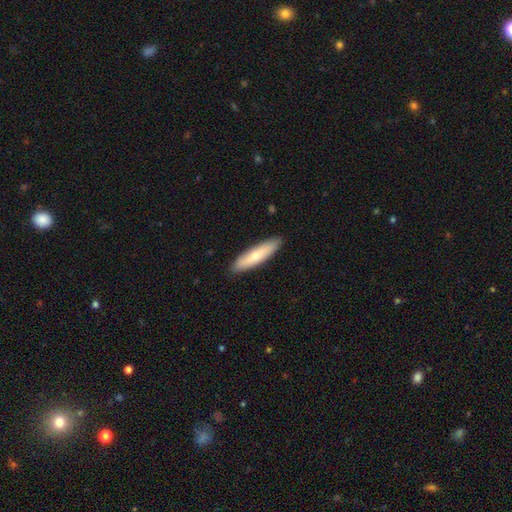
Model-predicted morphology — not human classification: smooth 67%, featured or disk 28%, star or artifact 5%. Down the decision tree: how rounded — cigar-shaped (76%); merging — none (89%).